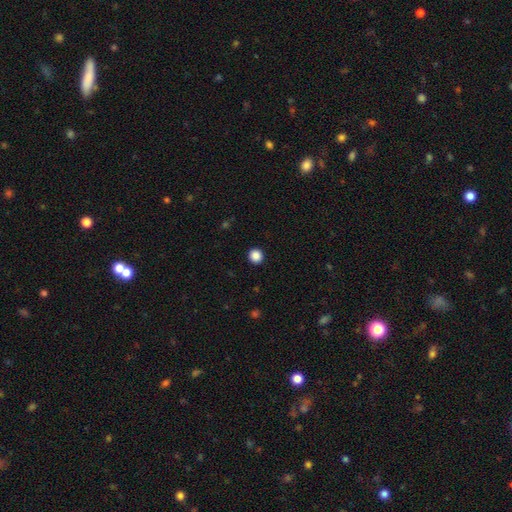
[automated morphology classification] smooth 88%, star or artifact 10%, featured or disk 2%. Down the decision tree: how rounded — round (92%); merging — none (93%).